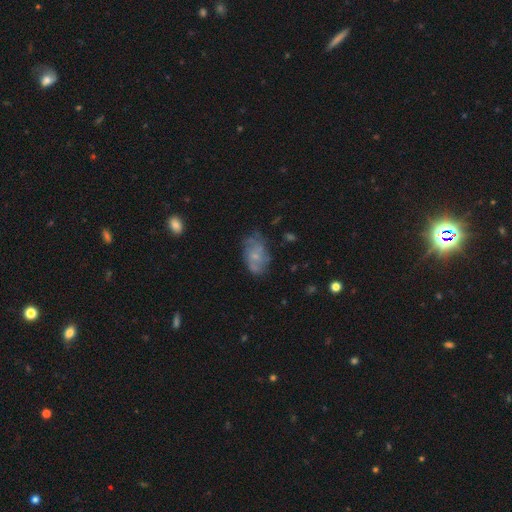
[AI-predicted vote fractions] smooth_or_featured: featured or disk (p=0.53) [alt: smooth p=0.38]
disk_edge_on: no (p=0.96) [alt: yes p=0.04]
bar: no (p=0.80) [alt: weak p=0.17]
has_spiral_arms: yes (p=0.62) [alt: no p=0.38]
bulge_size: small (p=0.68) [alt: moderate p=0.21]
merging: none (p=0.59) [alt: minor disturbance p=0.26]